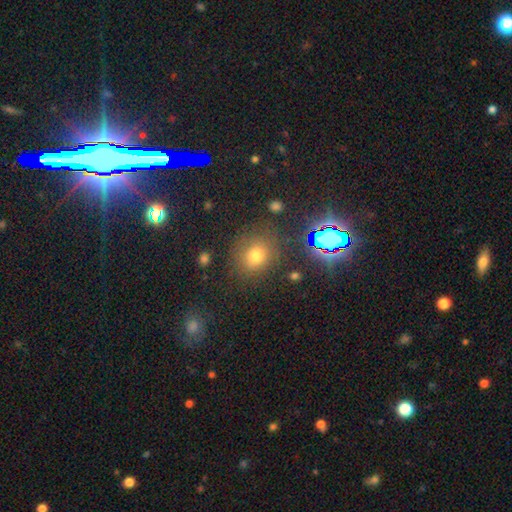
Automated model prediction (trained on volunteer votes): Smooth or featured? smooth (67%)
How rounded? round (74%)
Merging? none (82%)